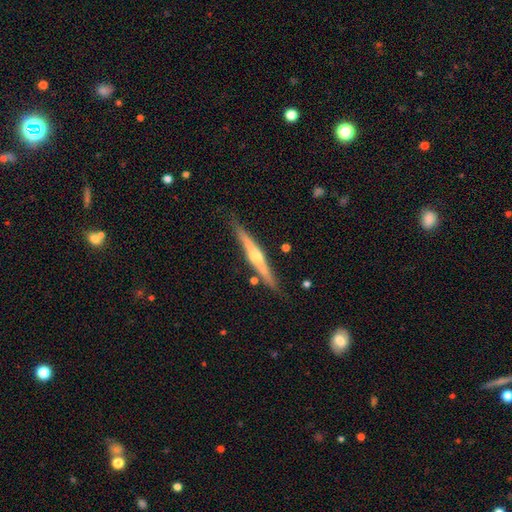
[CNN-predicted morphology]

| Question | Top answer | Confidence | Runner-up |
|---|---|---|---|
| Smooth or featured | featured or disk | 75% | smooth (19%) |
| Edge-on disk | yes | 98% | no (2%) |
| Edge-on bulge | rounded | 87% | none (7%) |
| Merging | none | 86% | minor disturbance (10%) |